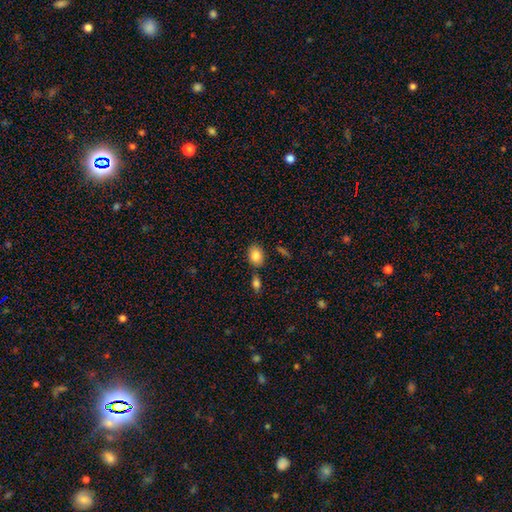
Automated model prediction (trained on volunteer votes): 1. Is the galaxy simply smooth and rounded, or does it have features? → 84% smooth, 8% star or artifact, 7% featured or disk.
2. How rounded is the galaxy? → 66% in between, 33% round, 1% cigar-shaped.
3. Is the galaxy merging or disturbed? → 70% none, 14% minor disturbance, 12% merger, 4% major disturbance.